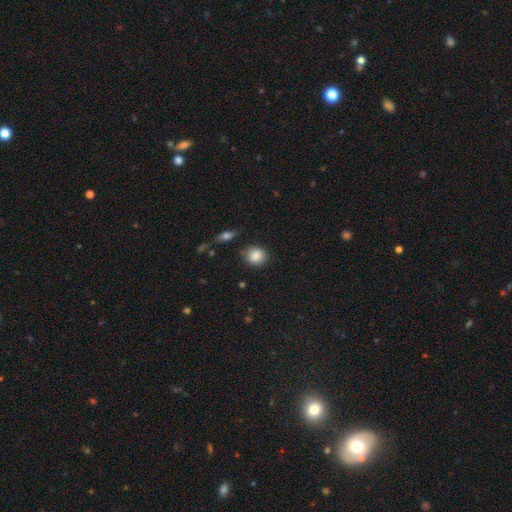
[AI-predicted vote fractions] A smooth galaxy with no disk features (86%) that is round (75%). Merging: none (80%).